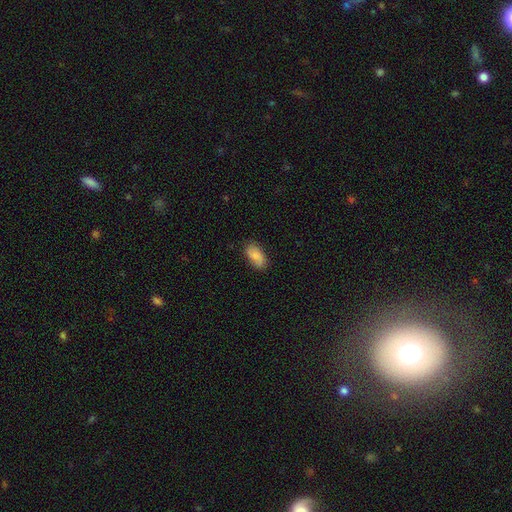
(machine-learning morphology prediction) A smooth galaxy with no disk features (82%) that is in between round and cigar-shaped (93%). Merging: none (80%).